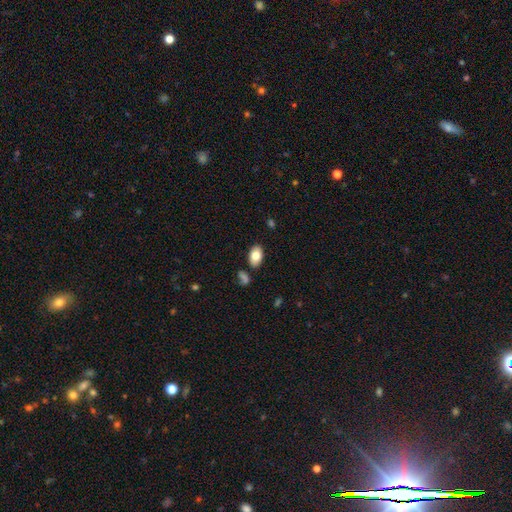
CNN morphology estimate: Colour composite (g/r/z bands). It shows a smooth galaxy with no disk features (81%) that is in between round and cigar-shaped (92%). Merging: none (83%).